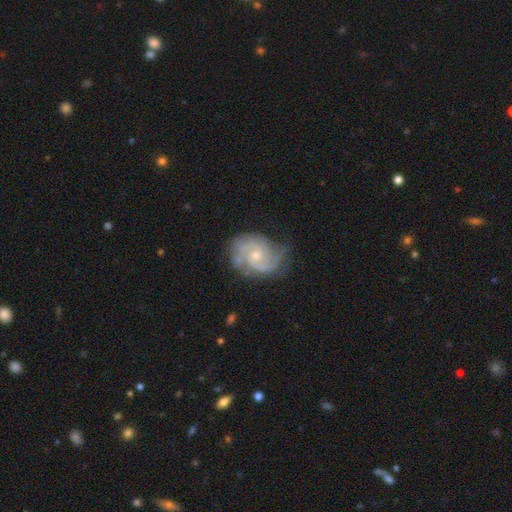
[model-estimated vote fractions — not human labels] Morphology: type=featured or disk (87%); edge-on=no (98%); bar=no (68%); spiral arms=yes (97%); winding=tight (46%); arm count=2 (54%); bulge=small (60%); merging=none (64%).